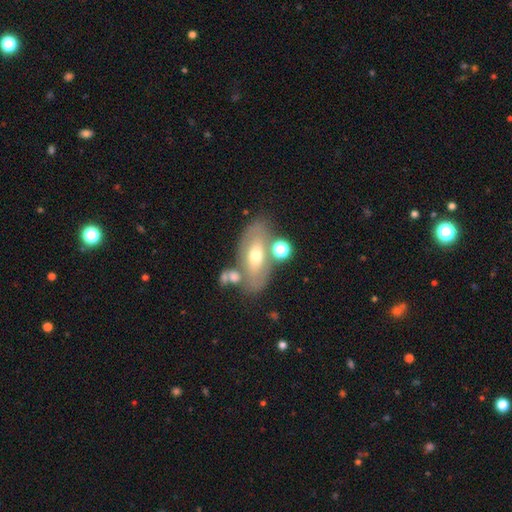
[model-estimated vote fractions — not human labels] Smooth or featured? featured or disk (50%)
Edge-on disk? no (82%)
Merging? none (62%)